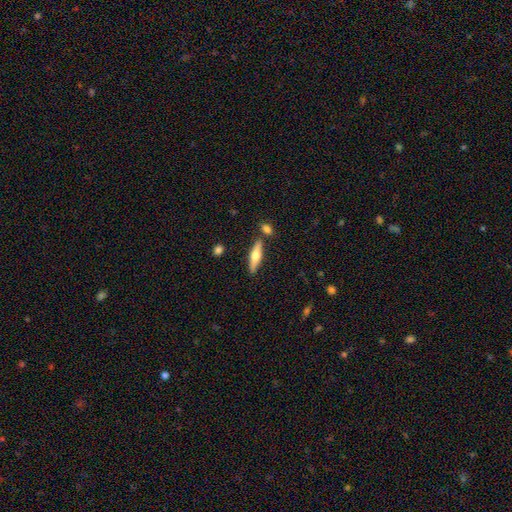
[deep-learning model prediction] Smooth or featured? Predicted: featured or disk (p=0.49). Merging? Predicted: none (p=0.80).